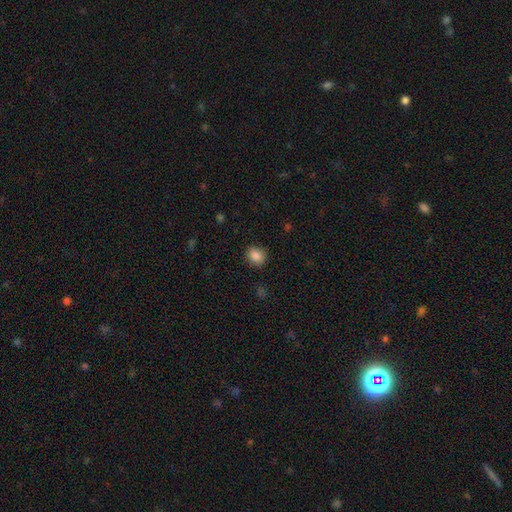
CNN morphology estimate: Smooth or featured? smooth (86%)
How rounded? round (72%)
Merging? none (87%)